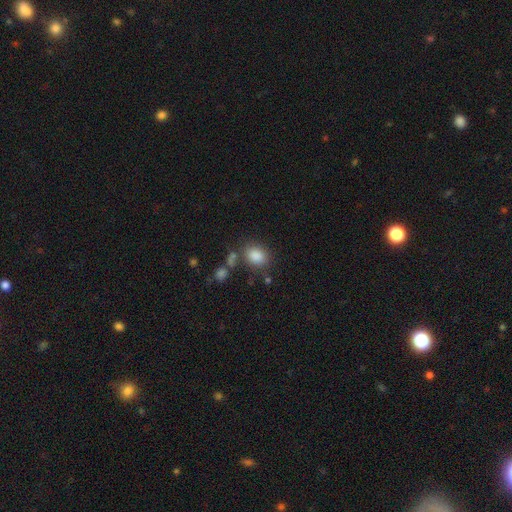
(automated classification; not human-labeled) smooth_or_featured: smooth (p=0.85) [alt: star or artifact p=0.10]
how_rounded: in between (p=0.65) [alt: round p=0.34]
merging: none (p=0.73) [alt: minor disturbance p=0.13]